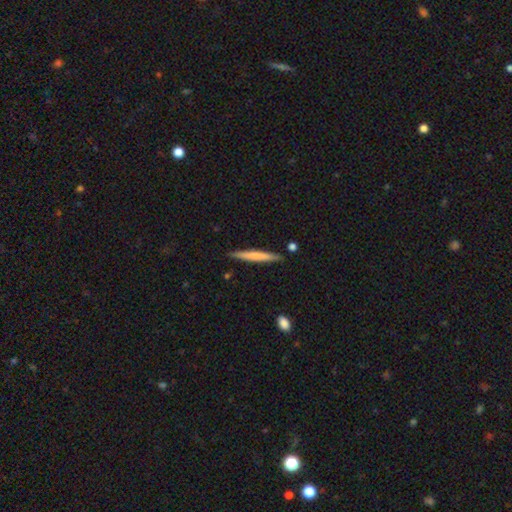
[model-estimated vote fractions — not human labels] Smooth or featured?
  - smooth: 60% *
  - featured or disk: 34%
  - star or artifact: 5%
How rounded?
  - cigar-shaped: 96% *
  - in between: 3%
  - round: 1%
Merging?
  - none: 88% *
  - minor disturbance: 8%
  - merger: 2%
  - major disturbance: 2%